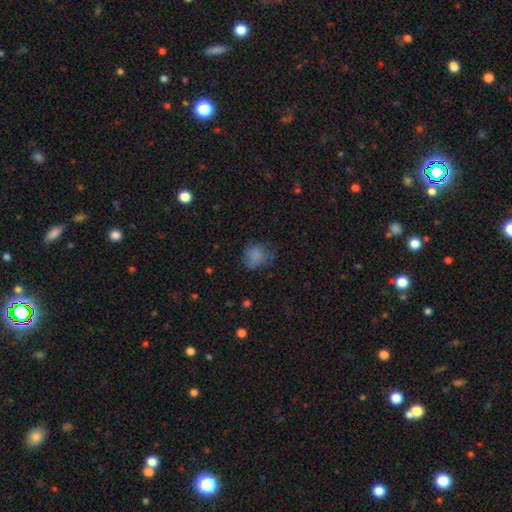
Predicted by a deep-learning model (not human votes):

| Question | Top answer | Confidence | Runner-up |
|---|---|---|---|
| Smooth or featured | smooth | 78% | star or artifact (12%) |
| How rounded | round | 63% | in between (36%) |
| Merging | none | 57% | minor disturbance (28%) |